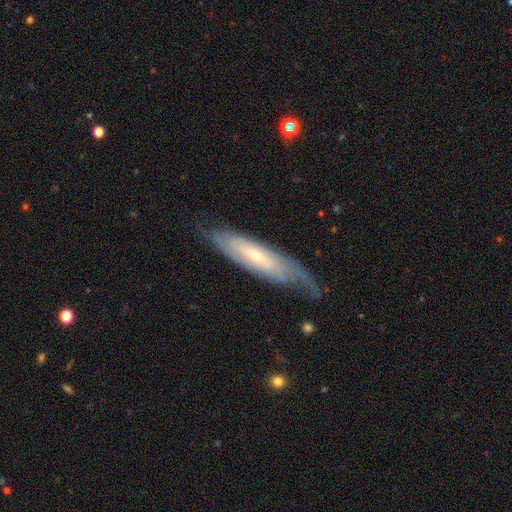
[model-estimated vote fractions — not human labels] Q: Smooth or featured?
A: featured or disk (69%); runner-up: smooth (25%)
Q: Edge-on disk?
A: no (67%); runner-up: yes (33%)
Q: Merging?
A: none (59%); runner-up: minor disturbance (25%)